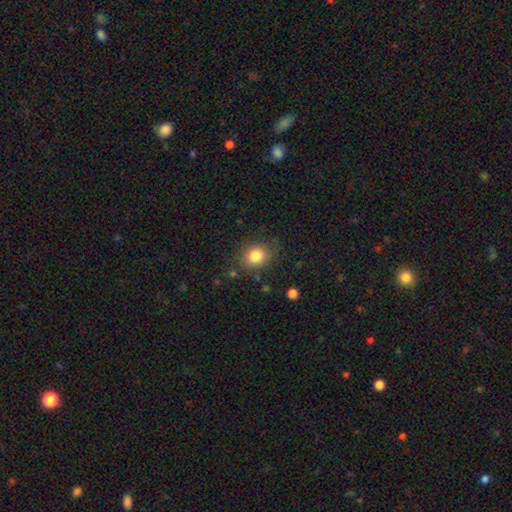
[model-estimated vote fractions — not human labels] Smooth or featured?
  - smooth: 82% *
  - star or artifact: 10%
  - featured or disk: 8%
How rounded?
  - round: 59% *
  - in between: 41%
  - cigar-shaped: 1%
Merging?
  - none: 77% *
  - minor disturbance: 16%
  - major disturbance: 5%
  - merger: 2%